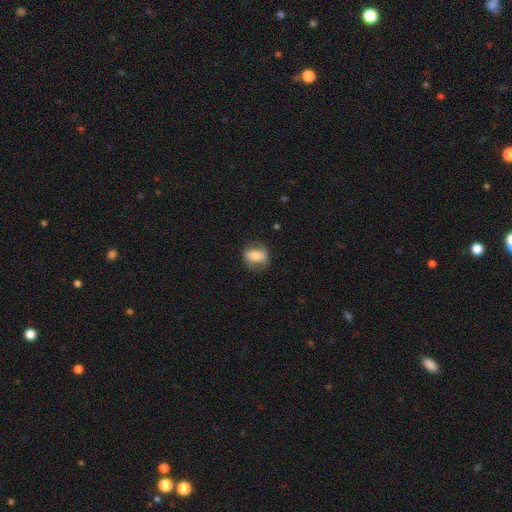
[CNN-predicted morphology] Smooth or featured? Predicted: smooth (p=0.61). How rounded? Predicted: in between (p=0.65). Merging? Predicted: none (p=0.69).